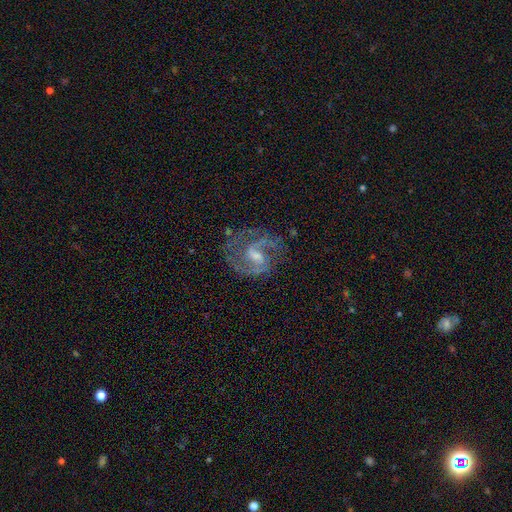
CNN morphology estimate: Smooth or featured? featured or disk (87%)
Edge-on disk? no (98%)
Bar? weak (59%)
Spiral arms? yes (96%)
Spiral winding? medium (57%)
Spiral arm count? 2 (80%)
Bulge size? moderate (41%)
Merging? none (69%)